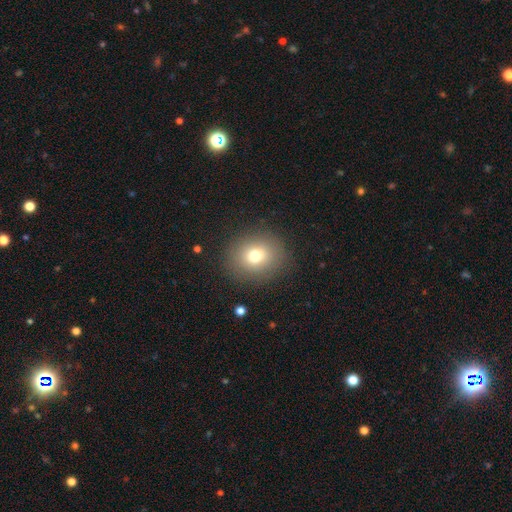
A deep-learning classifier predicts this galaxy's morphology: type=smooth (74%); roundness=round (77%); merging=none (86%).